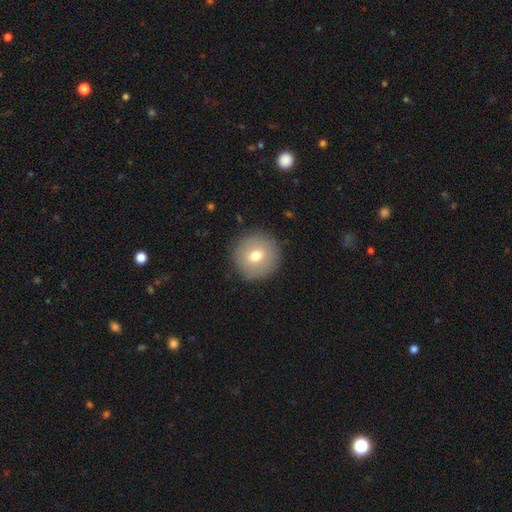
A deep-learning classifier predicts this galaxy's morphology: Smooth or featured? Predicted: smooth (p=0.70). How rounded? Predicted: round (p=0.95). Merging? Predicted: none (p=0.90).